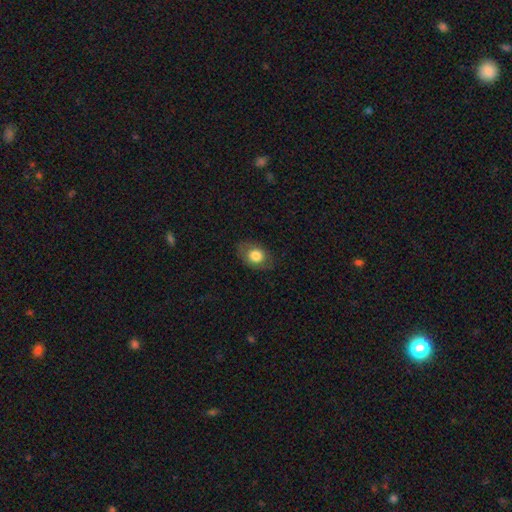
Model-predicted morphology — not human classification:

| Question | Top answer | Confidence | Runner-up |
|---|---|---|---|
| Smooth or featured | smooth | 76% | featured or disk (16%) |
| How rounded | in between | 68% | round (31%) |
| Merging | none | 77% | minor disturbance (16%) |